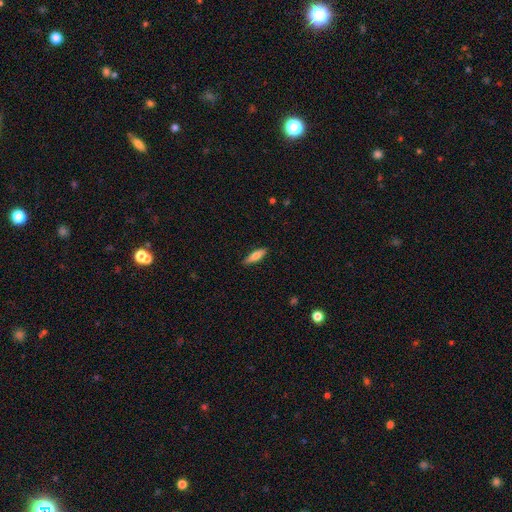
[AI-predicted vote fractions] Q: Smooth or featured?
A: smooth (70%); runner-up: featured or disk (24%)
Q: How rounded?
A: cigar-shaped (56%); runner-up: in between (42%)
Q: Merging?
A: none (88%); runner-up: minor disturbance (9%)